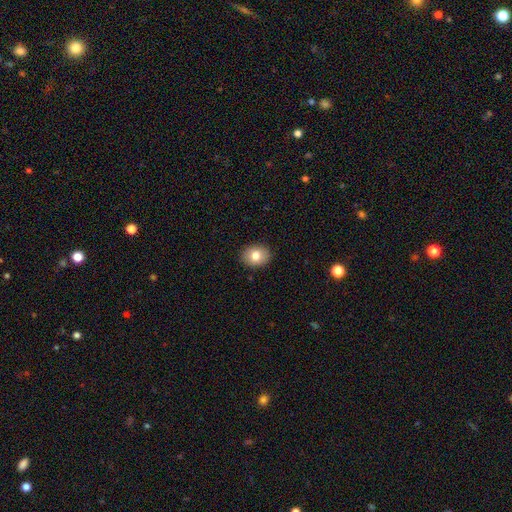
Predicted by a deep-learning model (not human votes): Q: Smooth or featured?
A: smooth (80%); runner-up: featured or disk (11%)
Q: How rounded?
A: in between (50%); runner-up: round (49%)
Q: Merging?
A: none (90%); runner-up: minor disturbance (7%)